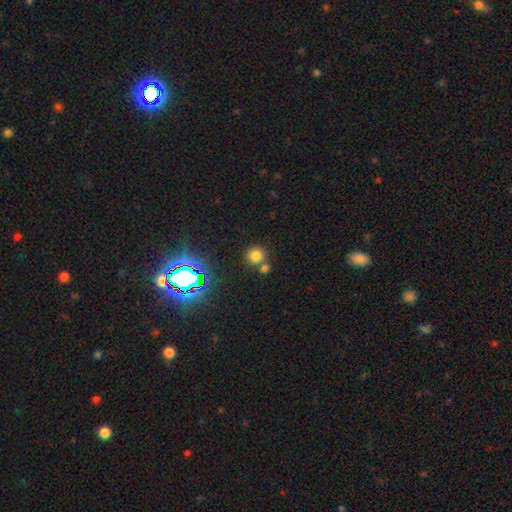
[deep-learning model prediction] Overall: smooth (73%). How rounded: round (90%). Merging: none (66%).